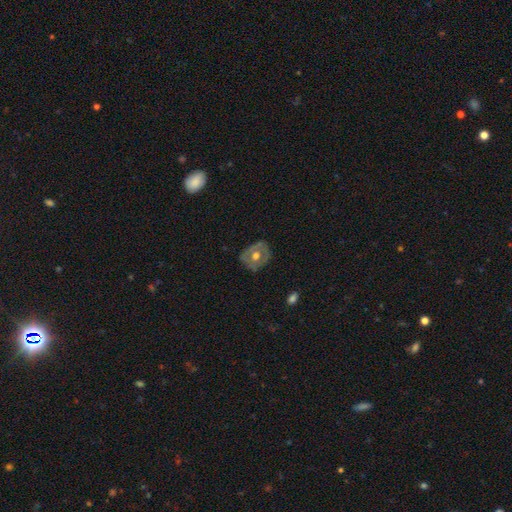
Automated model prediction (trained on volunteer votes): Smooth or featured? Predicted: featured or disk (p=0.55). Edge-on disk? Predicted: no (p=0.94). Bar? Predicted: no (p=0.84). Spiral arms? Predicted: no (p=0.81). Bulge size? Predicted: moderate (p=0.74). Merging? Predicted: none (p=0.72).